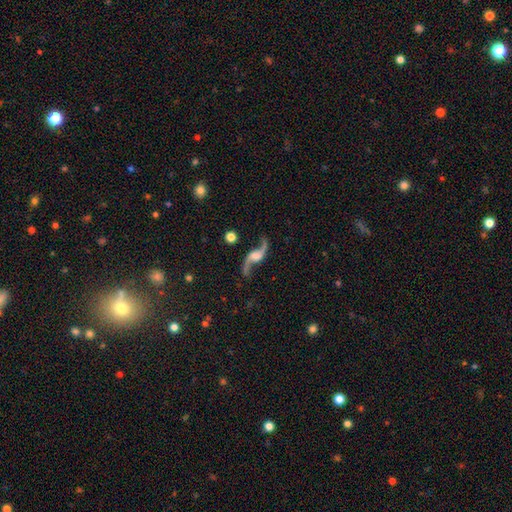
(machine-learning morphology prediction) Smooth or featured: featured or disk — 90% (star or artifact — 5%)
Edge-on disk: no — 93% (yes — 7%)
Bar: no — 54% (weak — 35%)
Spiral arms: yes — 97% (no — 3%)
Spiral winding: loose — 92% (medium — 6%)
Spiral arm count: 2 — 95% (1 — 2%)
Bulge size: moderate — 29% (none — 24%)
Merging: none — 81% (minor disturbance — 11%)